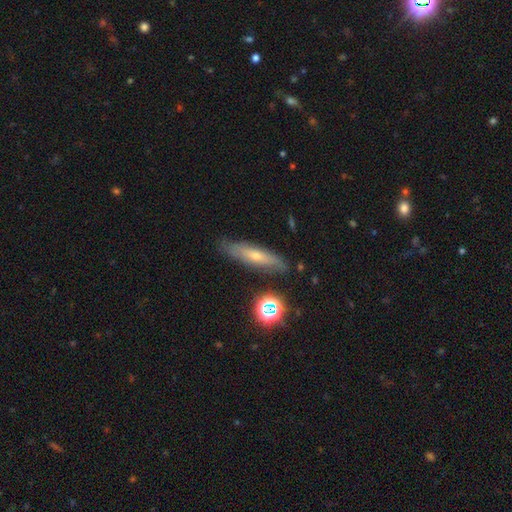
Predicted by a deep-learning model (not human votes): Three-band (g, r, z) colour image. It shows a smooth galaxy with no disk features (45%). Merging: none (82%).